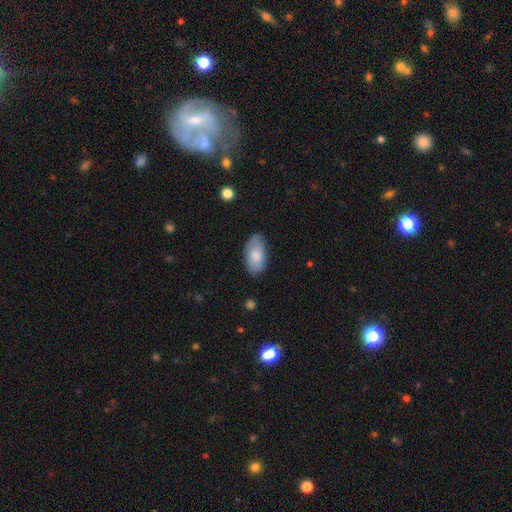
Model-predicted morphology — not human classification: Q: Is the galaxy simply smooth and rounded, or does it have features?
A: smooth — 79%.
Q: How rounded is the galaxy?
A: in between — 94%.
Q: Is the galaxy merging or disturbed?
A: none — 79%.